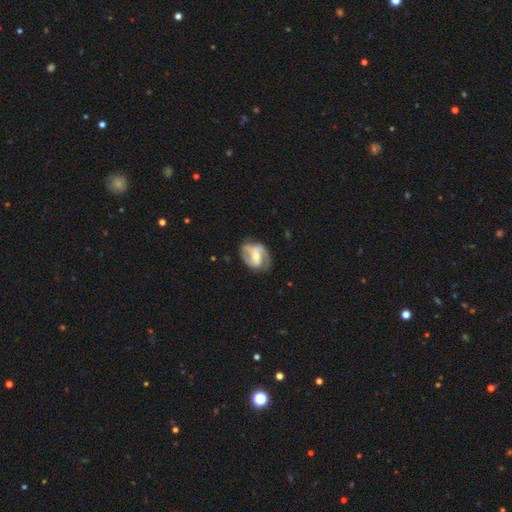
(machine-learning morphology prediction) The model was most divided on "bar": weak: 43%, no: 32%, strong: 25%. More confident: edge-on disk — no (97%); spiral arms — yes (92%); spiral arm count — 2 (82%); smooth or featured — featured or disk (80%); merging — none (68%); bulge size — moderate (53%); spiral winding — medium (50%).